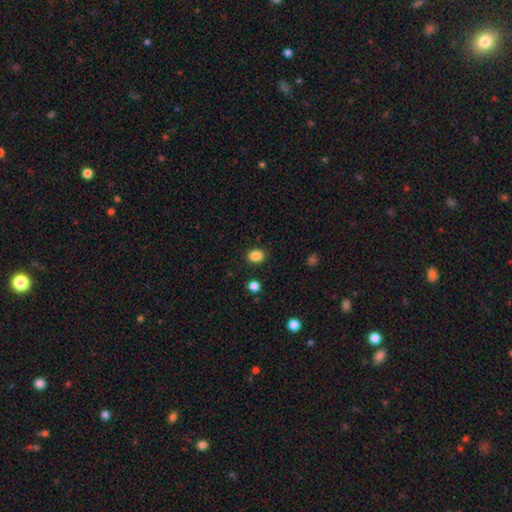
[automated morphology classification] smooth-or-featured: smooth: 86% | star or artifact: 11% | featured or disk: 3%
  how-rounded: round: 56% | in between: 43% | cigar-shaped: 1%
  merging: none: 88% | minor disturbance: 8% | major disturbance: 2% | merger: 2%